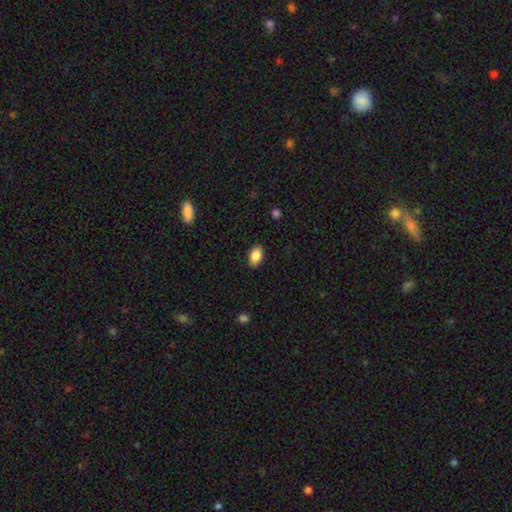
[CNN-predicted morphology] type=smooth (87%); roundness=in between (91%); merging=none (87%).